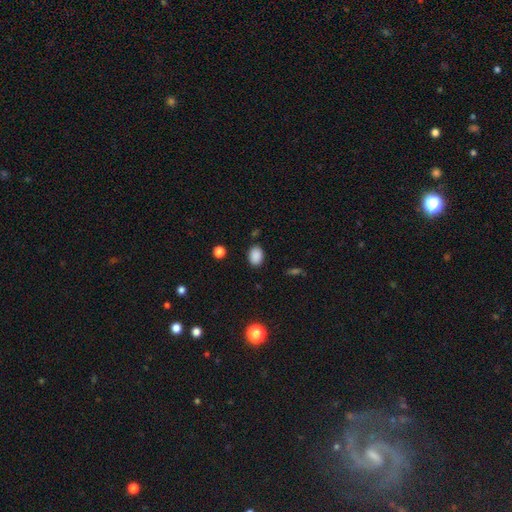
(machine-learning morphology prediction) Q: Smooth or featured?
A: smooth (88%); runner-up: star or artifact (9%)
Q: How rounded?
A: in between (77%); runner-up: round (22%)
Q: Merging?
A: none (85%); runner-up: minor disturbance (10%)